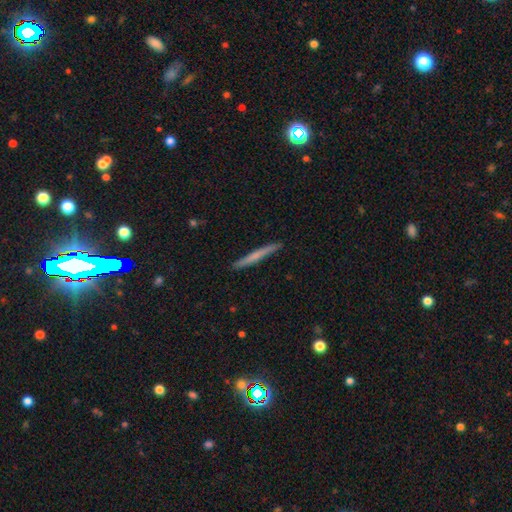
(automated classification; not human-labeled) Smooth or featured: smooth — 56% (featured or disk — 38%)
How rounded: cigar-shaped — 97% (in between — 2%)
Merging: none — 92% (minor disturbance — 6%)